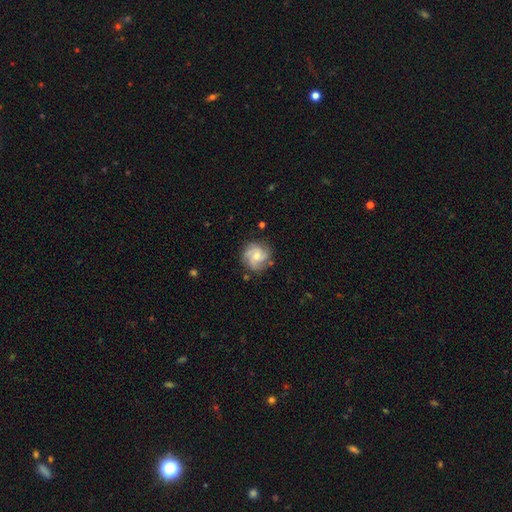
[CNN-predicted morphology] featured or disk 73%, smooth 20%, star or artifact 7%. Down the decision tree: edge-on disk — no (98%); bar — no (66%); spiral arms — yes (94%); spiral arm count — 3 (49%); spiral winding — medium (45%); bulge size — moderate (52%); merging — none (79%).